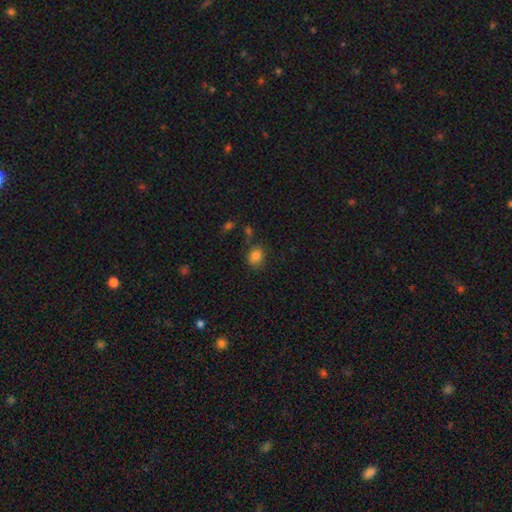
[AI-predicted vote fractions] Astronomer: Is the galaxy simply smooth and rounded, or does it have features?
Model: smooth — 82%.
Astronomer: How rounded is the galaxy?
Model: round — 66%.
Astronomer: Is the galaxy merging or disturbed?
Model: none — 73%.